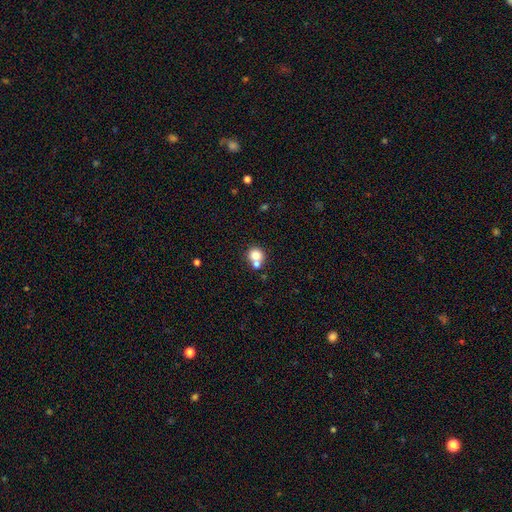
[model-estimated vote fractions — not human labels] Smooth or featured: smooth — 78% (featured or disk — 11%)
How rounded: round — 86% (in between — 13%)
Merging: none — 48% (merger — 41%)